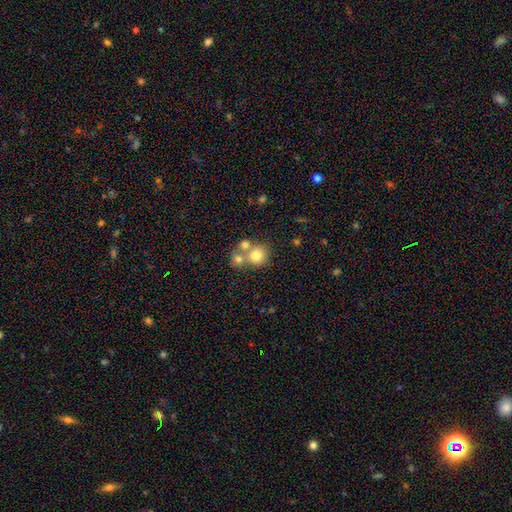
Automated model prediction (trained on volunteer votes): Smooth or featured?
  - smooth: 73% *
  - featured or disk: 14%
  - star or artifact: 12%
How rounded?
  - round: 84% *
  - in between: 15%
  - cigar-shaped: 1%
Merging?
  - none: 46% *
  - merger: 43%
  - minor disturbance: 7%
  - major disturbance: 3%